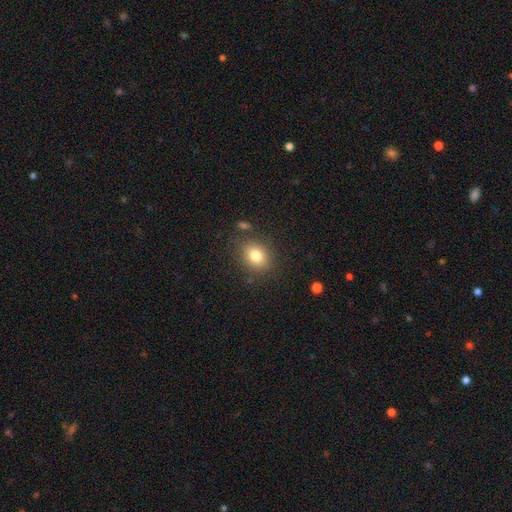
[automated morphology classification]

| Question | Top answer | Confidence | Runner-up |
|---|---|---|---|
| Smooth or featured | smooth | 81% | star or artifact (10%) |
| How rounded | round | 51% | in between (48%) |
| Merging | none | 81% | minor disturbance (11%) |